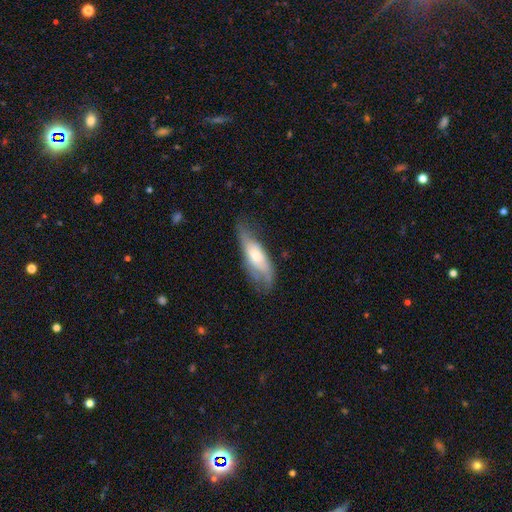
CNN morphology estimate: This appears to be a smooth galaxy with no disk features (48%). Merging: none (51%).